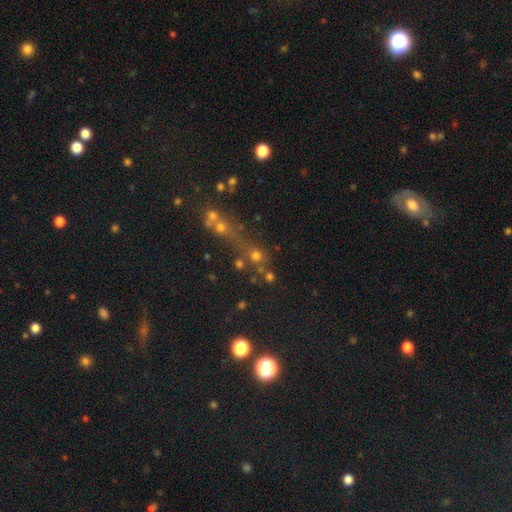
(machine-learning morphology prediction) A smooth galaxy with no disk features (45%).

Vote fractions:
- Smooth or featured? smooth: 45% / star or artifact: 37% / featured or disk: 18%
- Merging? none: 46% / merger: 36% / major disturbance: 9% / minor disturbance: 8%